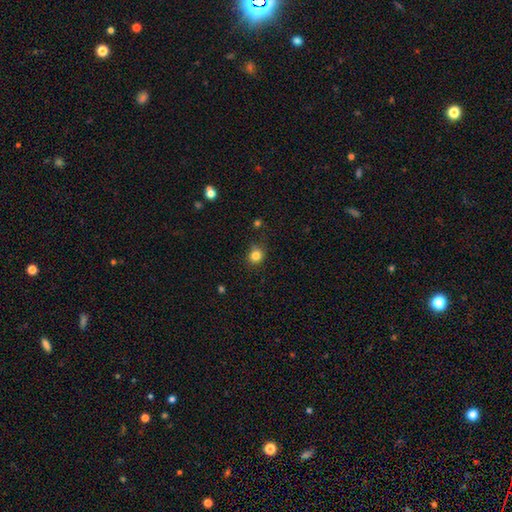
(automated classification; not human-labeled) smooth 83%, star or artifact 12%, featured or disk 5%. Down the decision tree: how rounded — round (81%); merging — none (80%).